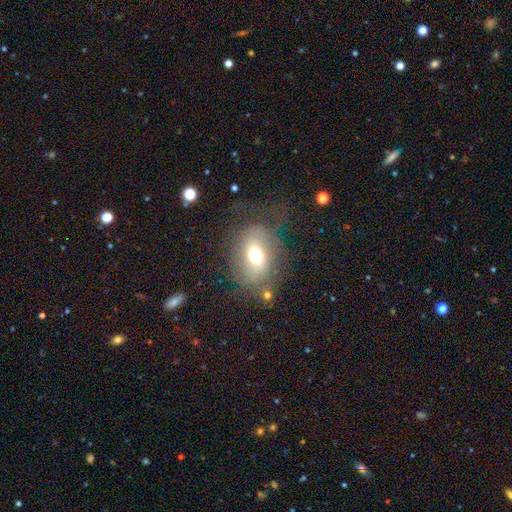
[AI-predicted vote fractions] smooth_or_featured: smooth (p=0.59) [alt: featured or disk p=0.27]
how_rounded: in between (p=0.57) [alt: round p=0.42]
merging: none (p=0.51) [alt: major disturbance p=0.22]